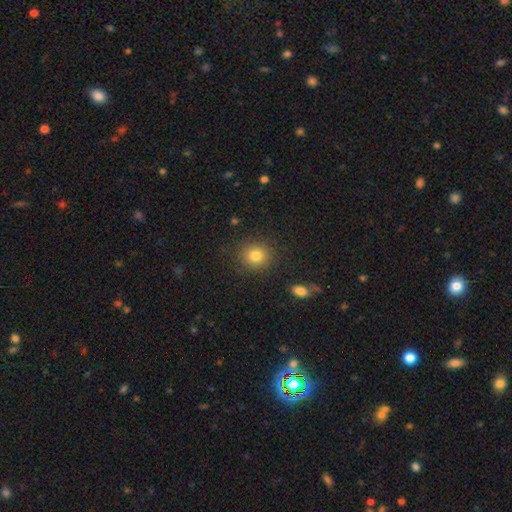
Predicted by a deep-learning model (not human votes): The model was most divided on "how rounded": round: 83%, in between: 16%, cigar-shaped: 1%. More confident: merging — none (86%); smooth or featured — smooth (82%).